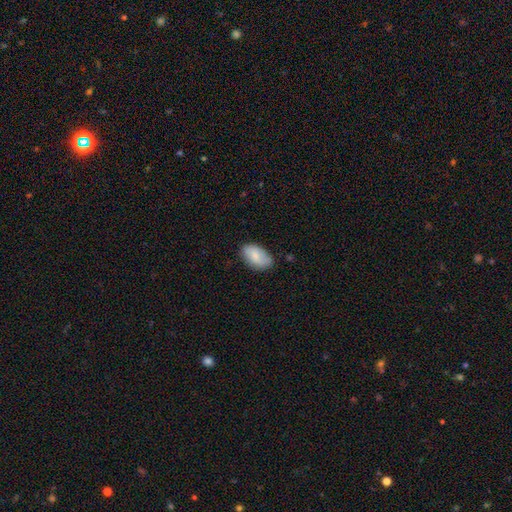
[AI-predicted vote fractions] Q: Smooth or featured?
A: smooth (79%); runner-up: featured or disk (15%)
Q: How rounded?
A: in between (94%); runner-up: round (4%)
Q: Merging?
A: none (74%); runner-up: minor disturbance (21%)